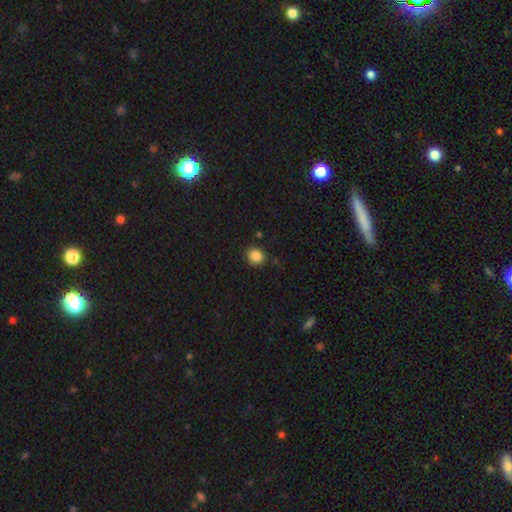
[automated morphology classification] smooth_or_featured: smooth (p=0.85) [alt: star or artifact p=0.11]
how_rounded: round (p=0.85) [alt: in between p=0.15]
merging: none (p=0.85) [alt: minor disturbance p=0.11]